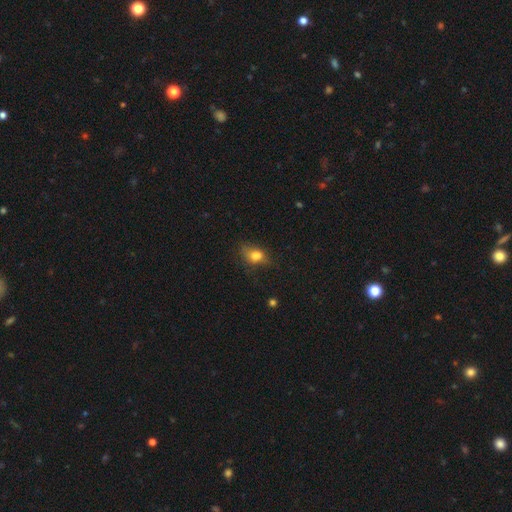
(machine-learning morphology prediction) A smooth galaxy with no disk features (74%) that is in between round and cigar-shaped (65%). Merging: none (53%).